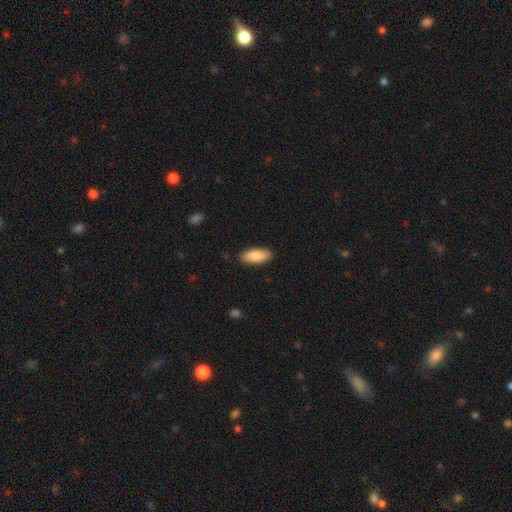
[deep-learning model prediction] smooth 85%, featured or disk 10%, star or artifact 6%. Down the decision tree: how rounded — in between (82%); merging — none (88%).